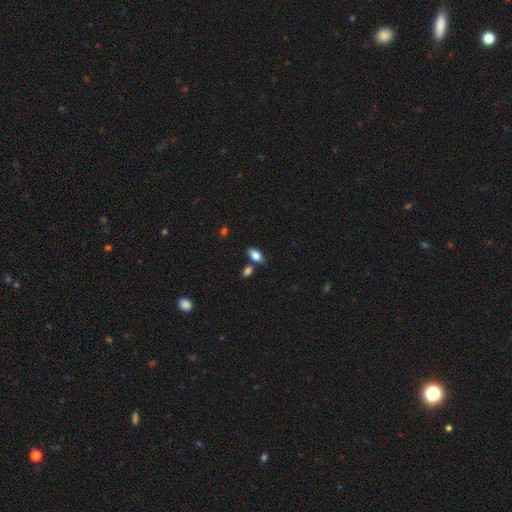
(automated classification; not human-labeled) The model was most divided on "merging": none: 71%, merger: 13%, minor disturbance: 13%, major disturbance: 3%. More confident: how rounded — in between (90%); smooth or featured — smooth (80%).